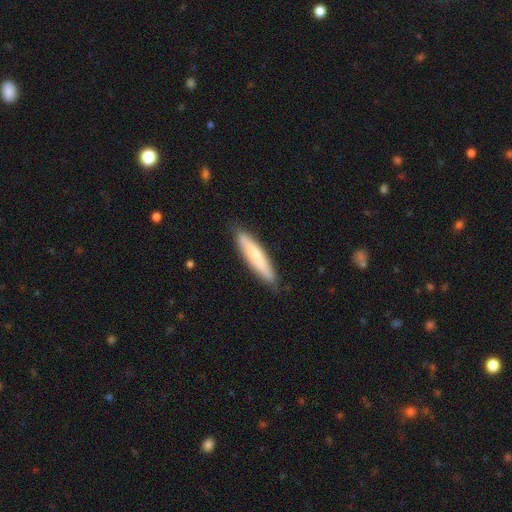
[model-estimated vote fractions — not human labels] Q: Smooth or featured?
A: smooth (67%); runner-up: featured or disk (28%)
Q: How rounded?
A: cigar-shaped (87%); runner-up: in between (12%)
Q: Merging?
A: none (86%); runner-up: minor disturbance (11%)